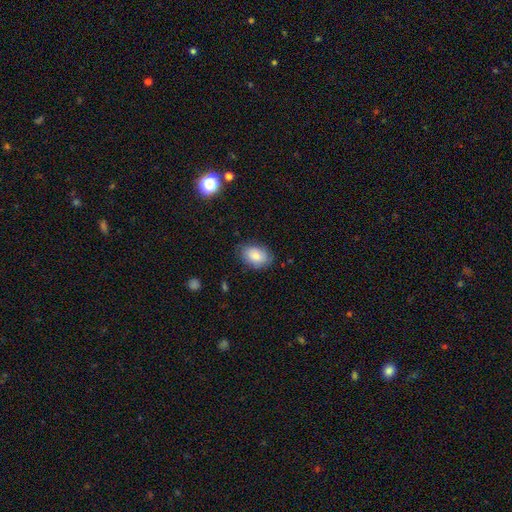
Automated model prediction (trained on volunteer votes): smooth-or-featured: smooth: 79% | featured or disk: 13% | star or artifact: 7%
  how-rounded: in between: 84% | round: 15% | cigar-shaped: 1%
  merging: none: 76% | minor disturbance: 19% | major disturbance: 4% | merger: 1%